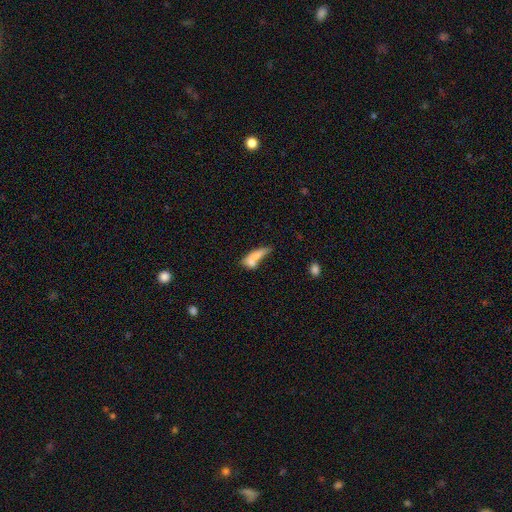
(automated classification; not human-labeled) This is likely a smooth galaxy (69%). How rounded: possibly in between (50%). Merging: possibly merger (46%).